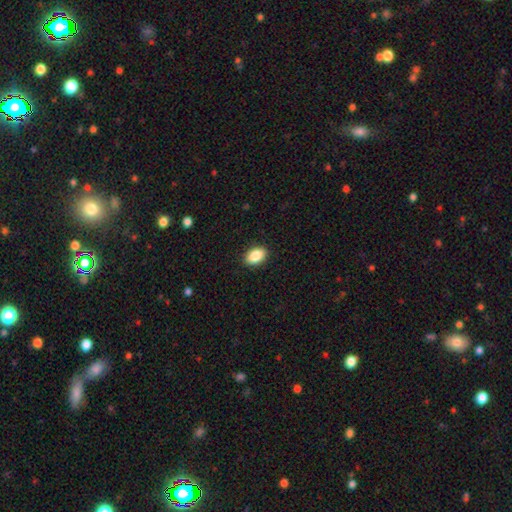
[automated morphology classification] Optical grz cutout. It shows a smooth galaxy with no disk features (87%) that is in between round and cigar-shaped (90%). Merging: none (89%).